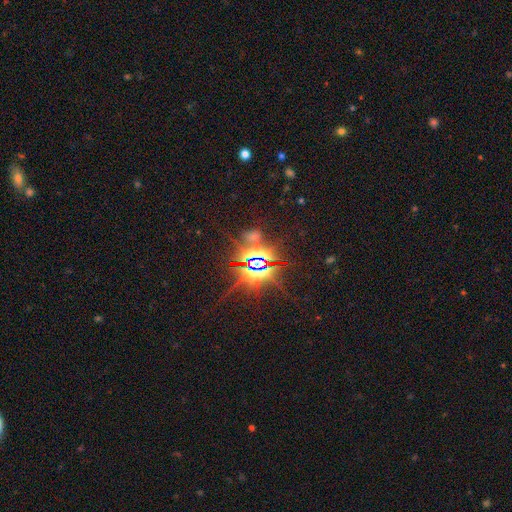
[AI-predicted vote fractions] A star or artifact, not a galaxy (86%).